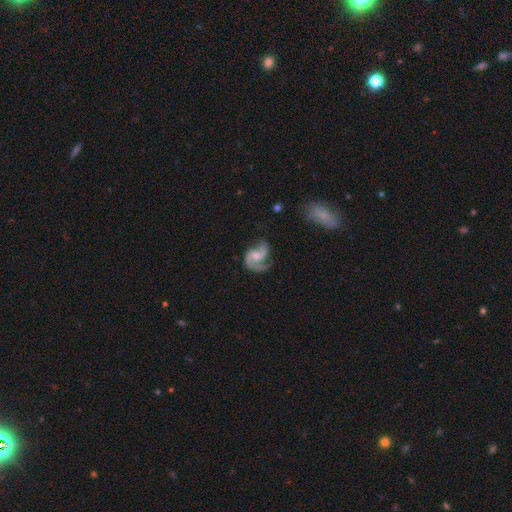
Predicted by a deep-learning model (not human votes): This is clearly a featured or disk galaxy (88%). It is clearly not viewed edge-on (98%). Bar: likely no (61%). Spiral arm pattern: clearly yes (97%). Spiral arm count: clearly 2 (83%). Spiral winding: possibly medium (52%). Central bulge: possibly small (55%). Merging: possibly none (59%).